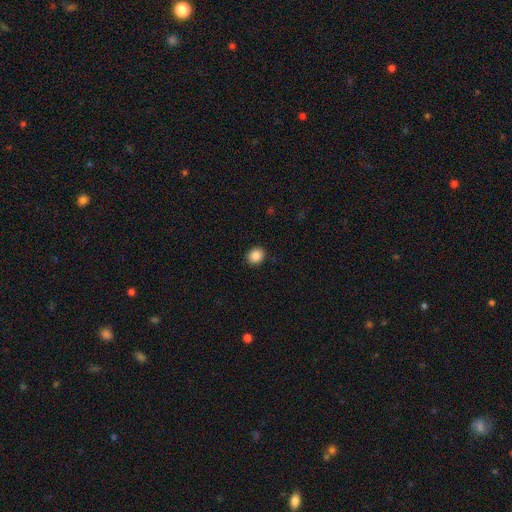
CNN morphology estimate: A smooth galaxy with no disk features (87%) that is round (69%). Merging: none (91%).